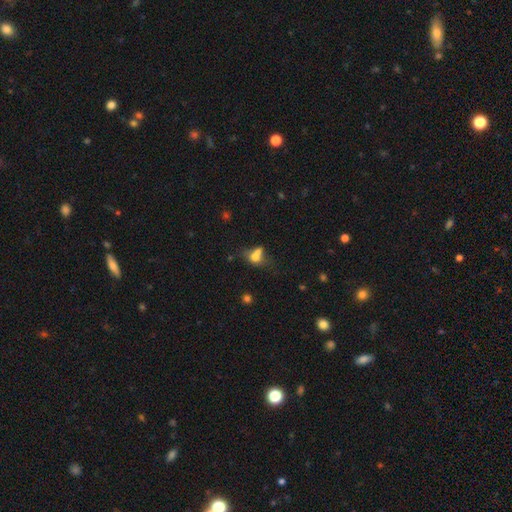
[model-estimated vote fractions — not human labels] Smooth or featured?
  - smooth: 66% *
  - featured or disk: 20%
  - star or artifact: 14%
How rounded?
  - in between: 57% *
  - round: 39%
  - cigar-shaped: 4%
Merging?
  - merger: 53% *
  - none: 28%
  - minor disturbance: 11%
  - major disturbance: 8%